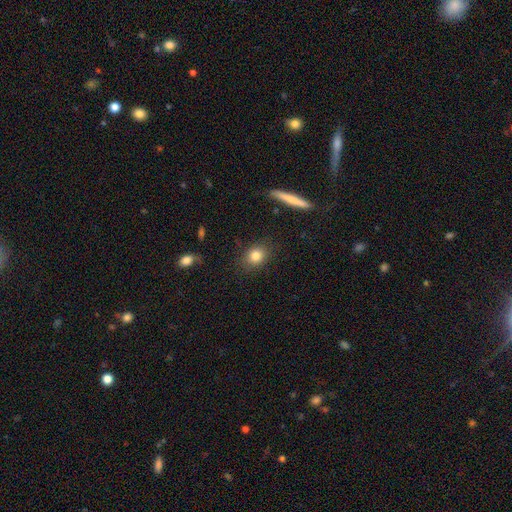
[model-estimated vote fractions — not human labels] Overall: smooth (82%). How rounded: round (56%; in between 41%). Merging: none (86%).